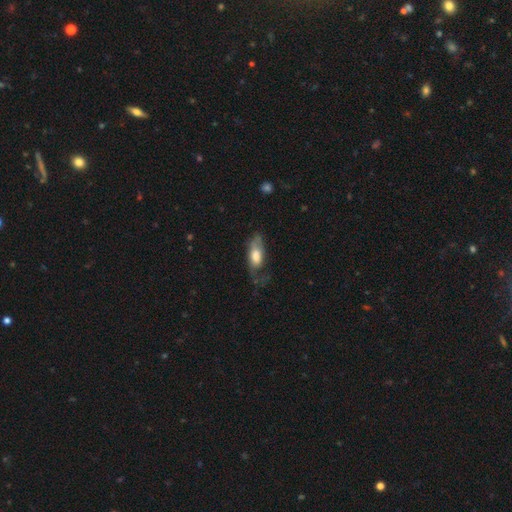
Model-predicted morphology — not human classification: Smooth or featured? smooth (60%)
How rounded? in between (81%)
Merging? none (37%)